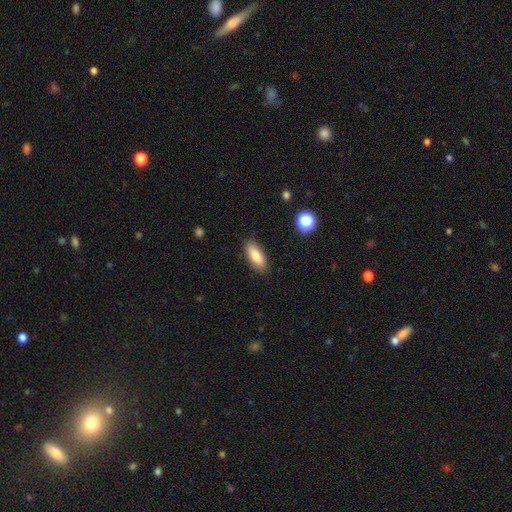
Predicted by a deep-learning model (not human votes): Q: Smooth or featured?
A: smooth (79%); runner-up: featured or disk (14%)
Q: How rounded?
A: in between (75%); runner-up: cigar-shaped (22%)
Q: Merging?
A: none (87%); runner-up: minor disturbance (9%)